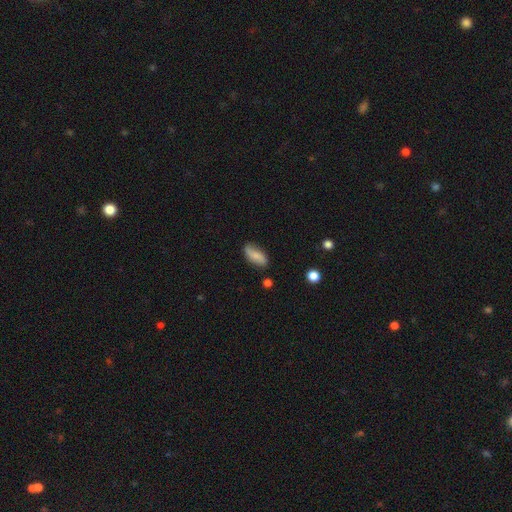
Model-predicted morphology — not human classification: This appears to be a smooth galaxy with no disk features (73%) that is in between round and cigar-shaped (84%). Merging: none (76%).